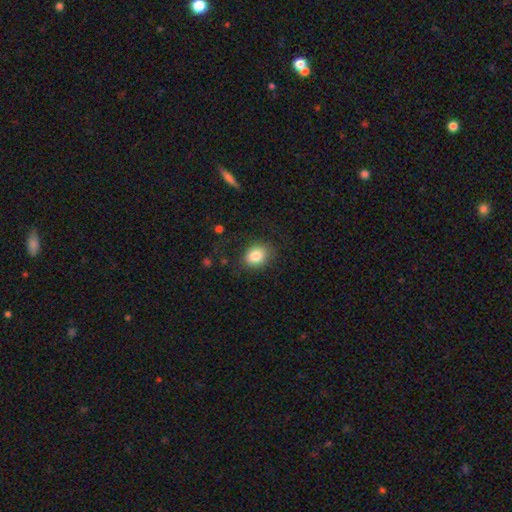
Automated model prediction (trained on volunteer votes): A smooth galaxy with no disk features (83%) that is round (51%).

Vote fractions:
- Smooth or featured? smooth: 83% / star or artifact: 9% / featured or disk: 8%
- How rounded? round: 51% / in between: 48% / cigar-shaped: 1%
- Merging? none: 80% / minor disturbance: 13% / major disturbance: 5% / merger: 1%